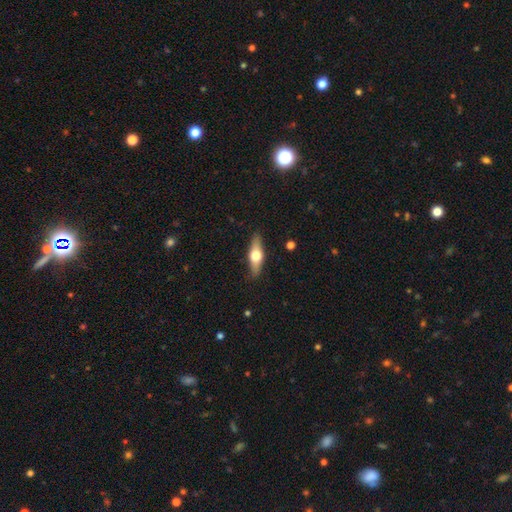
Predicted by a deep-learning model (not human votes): Overall: featured or disk (50%; smooth 44%). Edge-on disk: yes (90%). Merging: none (87%).